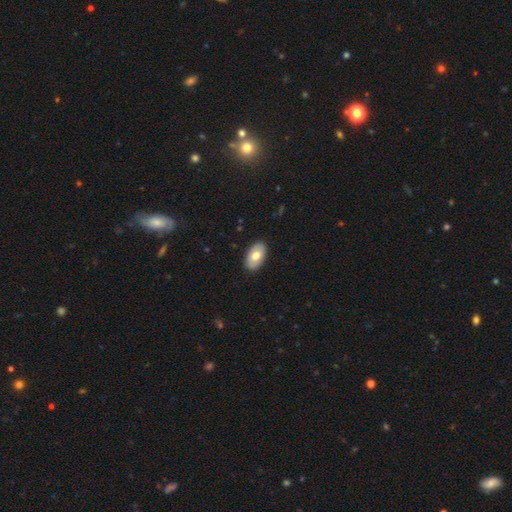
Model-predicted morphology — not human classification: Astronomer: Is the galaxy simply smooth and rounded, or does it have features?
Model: smooth — 69%.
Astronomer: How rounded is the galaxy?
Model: in between — 94%.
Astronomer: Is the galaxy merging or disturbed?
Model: none — 88%.